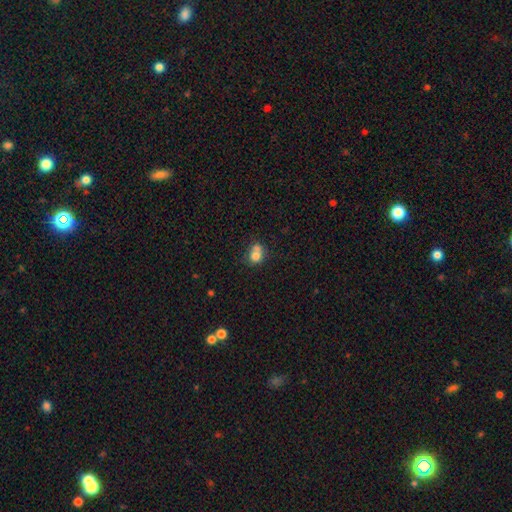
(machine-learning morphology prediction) A smooth galaxy with no disk features (73%) that is round (69%).

Vote fractions:
- Smooth or featured? smooth: 73% / featured or disk: 16% / star or artifact: 11%
- How rounded? round: 69% / in between: 30% / cigar-shaped: 1%
- Merging? merger: 48% / none: 34% / minor disturbance: 12% / major disturbance: 6%